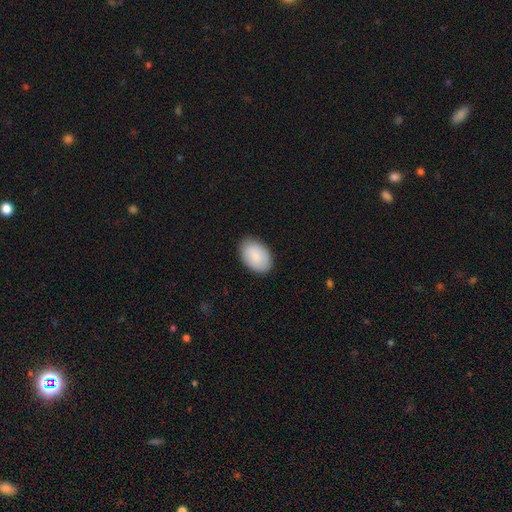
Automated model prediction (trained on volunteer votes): This is clearly a smooth galaxy (89%). How rounded: clearly in between (90%). Merging: clearly none (86%).